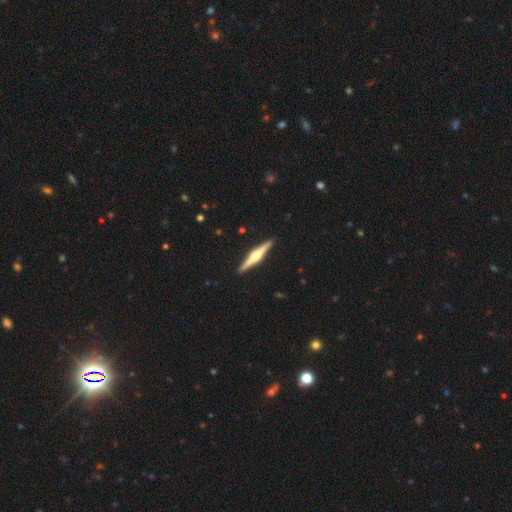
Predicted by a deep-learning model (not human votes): Morphology: type=featured or disk (77%); edge-on=yes (98%); edge-on bulge=rounded (86%); merging=none (92%).